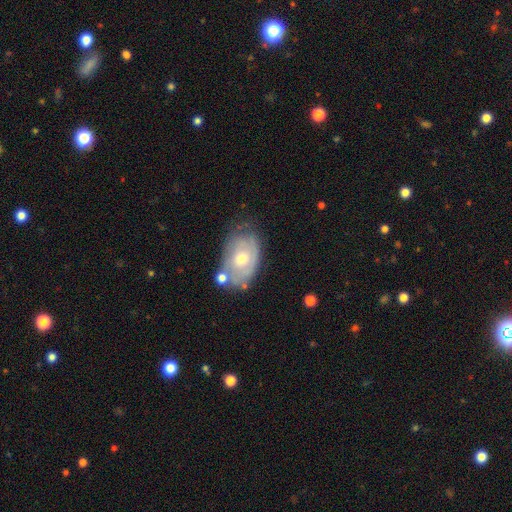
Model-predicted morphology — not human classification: Smooth or featured? Predicted: featured or disk (p=0.59). Edge-on disk? Predicted: no (p=0.93). Bar? Predicted: no (p=0.76). Spiral arms? Predicted: yes (p=0.69). Bulge size? Predicted: moderate (p=0.54). Merging? Predicted: none (p=0.70).